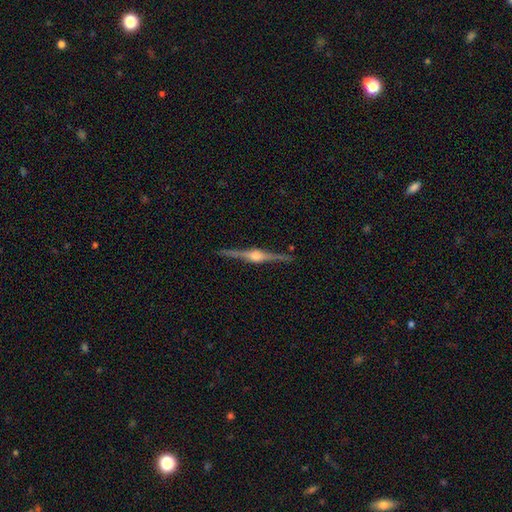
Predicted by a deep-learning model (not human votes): Smooth or featured? Predicted: featured or disk (p=0.90). Edge-on disk? Predicted: yes (p=0.99). Edge-on bulge? Predicted: rounded (p=0.89). Merging? Predicted: none (p=0.92).